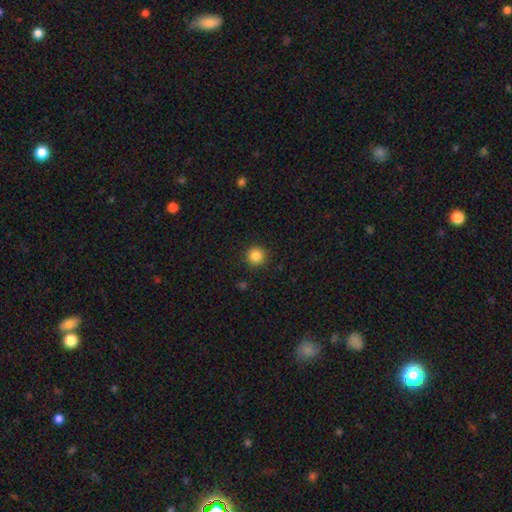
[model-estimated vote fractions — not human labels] Q: Smooth or featured?
A: smooth (86%); runner-up: star or artifact (11%)
Q: How rounded?
A: round (95%); runner-up: in between (4%)
Q: Merging?
A: none (91%); runner-up: minor disturbance (6%)